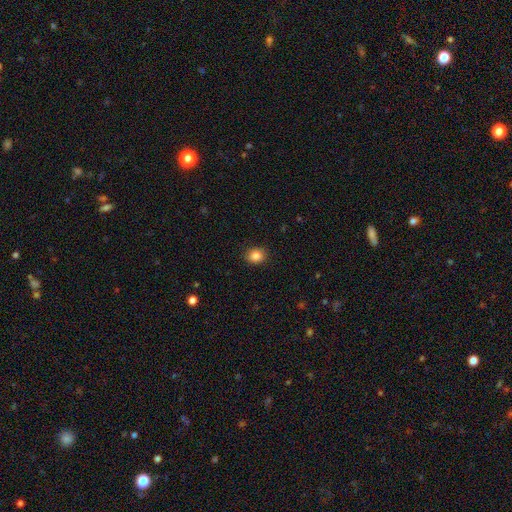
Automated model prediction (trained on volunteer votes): smooth 85%, star or artifact 10%, featured or disk 5%. Down the decision tree: how rounded — round (62%); merging — none (90%).